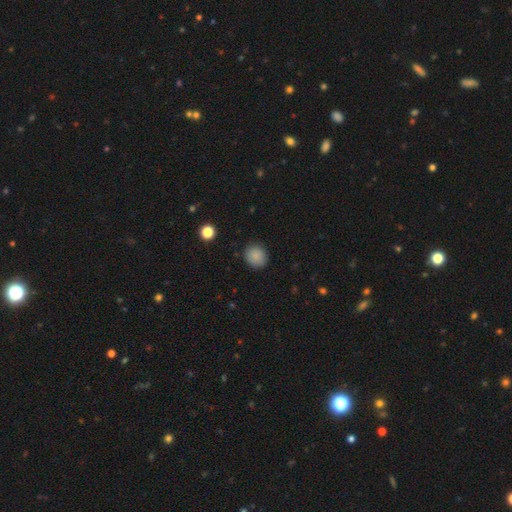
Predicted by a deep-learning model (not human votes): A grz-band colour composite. It shows a smooth galaxy with no disk features (86%) that is round (80%). Merging: none (86%).